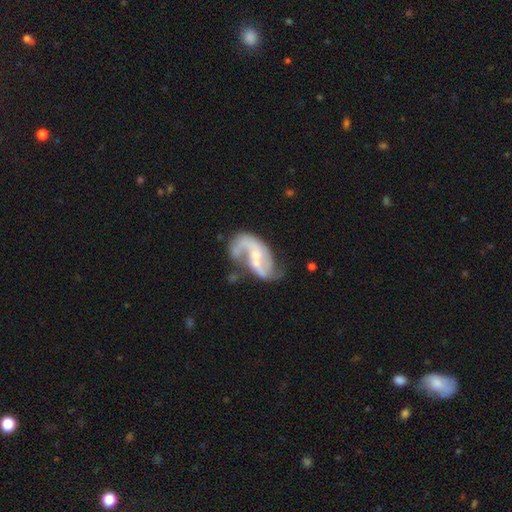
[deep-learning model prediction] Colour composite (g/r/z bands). It shows a featured or disk galaxy (84%) with a weak bar (43%), 2 (80%) loose (51%) spiral arms (91%) and a small central bulge (57%). Merging: none (38%).